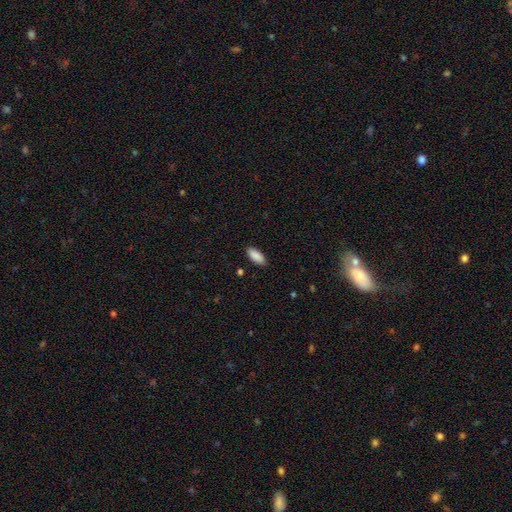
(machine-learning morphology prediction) The model was most divided on "how rounded": in between: 87%, cigar-shaped: 11%, round: 2%. More confident: smooth or featured — smooth (90%); merging — none (88%).